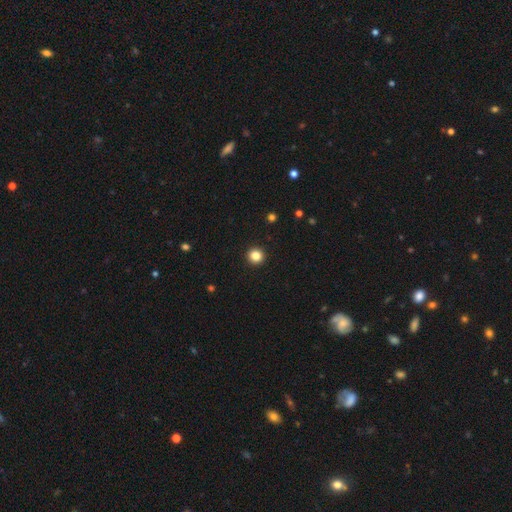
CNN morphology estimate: Q: Smooth or featured?
A: smooth (85%); runner-up: star or artifact (11%)
Q: How rounded?
A: round (95%); runner-up: in between (4%)
Q: Merging?
A: none (94%); runner-up: minor disturbance (4%)